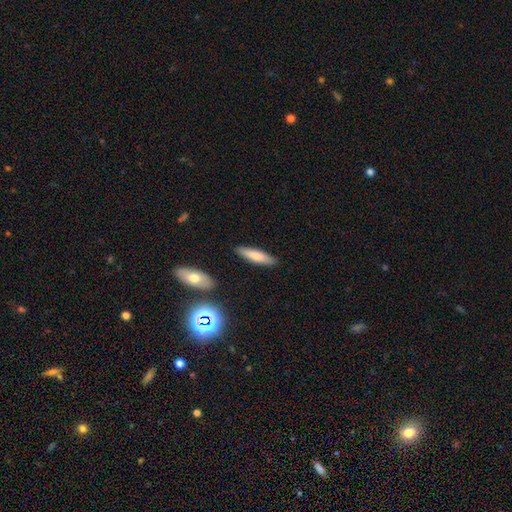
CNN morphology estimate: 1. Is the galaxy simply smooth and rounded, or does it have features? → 75% smooth, 18% featured or disk, 6% star or artifact.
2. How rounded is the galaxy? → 72% cigar-shaped, 26% in between, 2% round.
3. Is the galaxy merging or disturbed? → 87% none, 9% minor disturbance, 2% merger, 2% major disturbance.